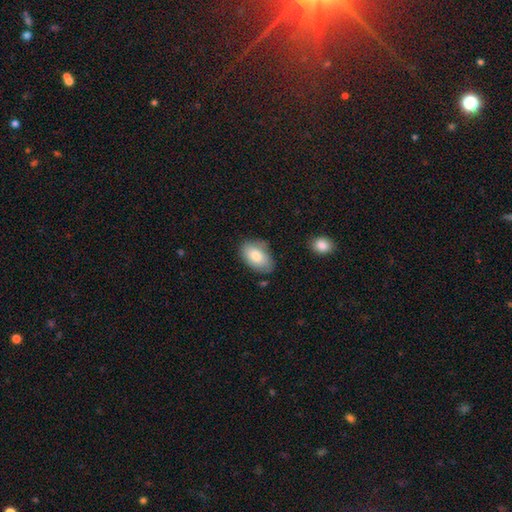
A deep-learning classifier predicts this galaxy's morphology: This is clearly a smooth galaxy (80%). How rounded: clearly in between (92%). Merging: likely none (72%).